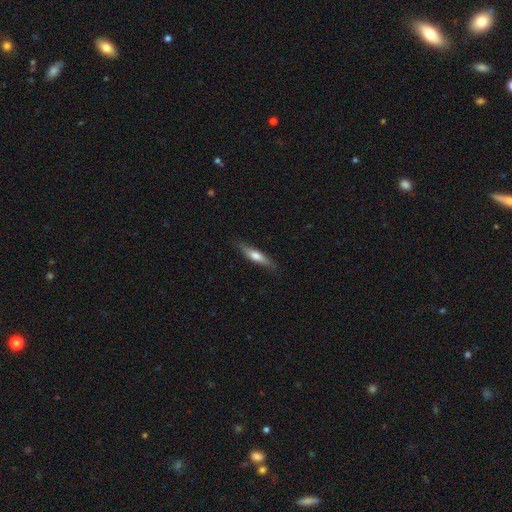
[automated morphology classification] This is possibly a smooth galaxy (57%). How rounded: likely cigar-shaped (79%). Merging: clearly none (82%).